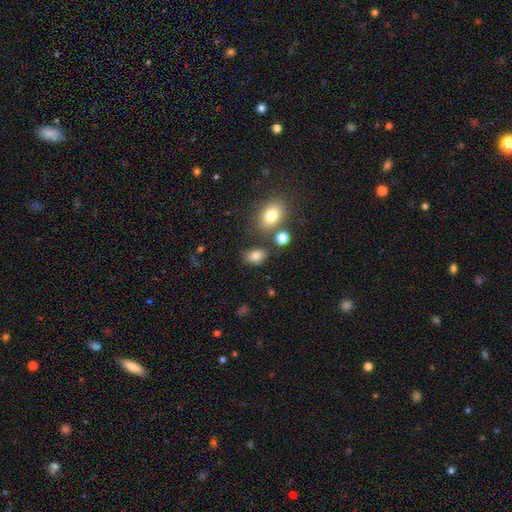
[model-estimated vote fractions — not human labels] The model was most divided on "merging": none: 72%, minor disturbance: 14%, merger: 9%, major disturbance: 5%. More confident: smooth or featured — smooth (80%); how rounded — in between (80%).